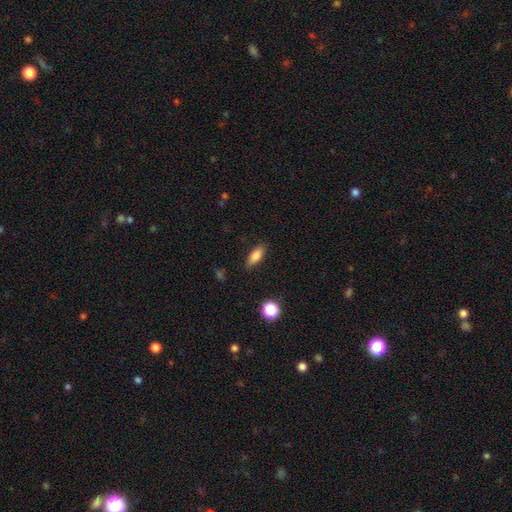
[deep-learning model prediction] This appears to be a smooth galaxy with no disk features (80%) that is in between round and cigar-shaped (75%). Merging: none (85%).